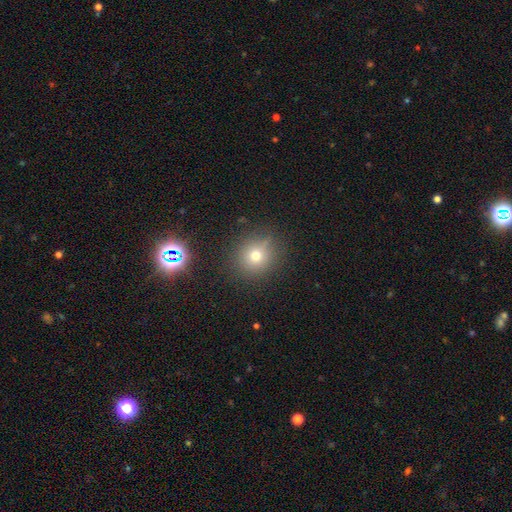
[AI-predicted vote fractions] Overall: smooth (69%). How rounded: round (88%). Merging: none (84%).